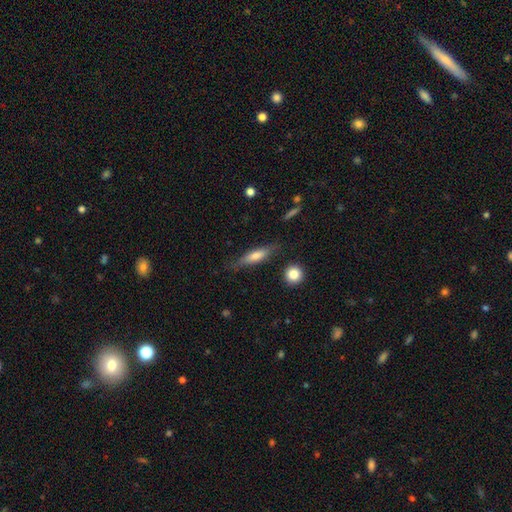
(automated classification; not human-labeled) Q: Smooth or featured?
A: smooth (57%); runner-up: featured or disk (36%)
Q: How rounded?
A: cigar-shaped (74%); runner-up: in between (23%)
Q: Merging?
A: none (78%); runner-up: minor disturbance (15%)